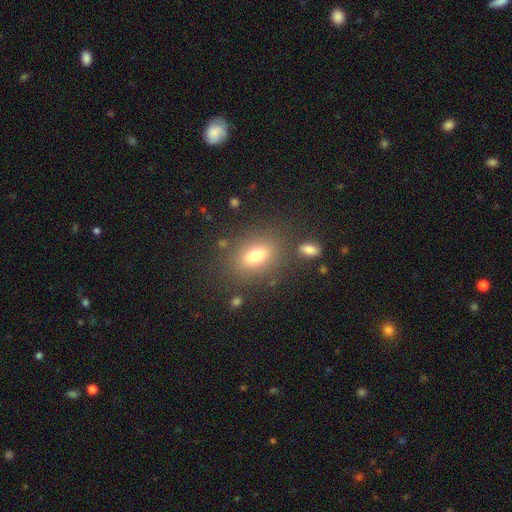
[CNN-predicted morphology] type=smooth (74%); roundness=in between (74%); merging=none (80%).